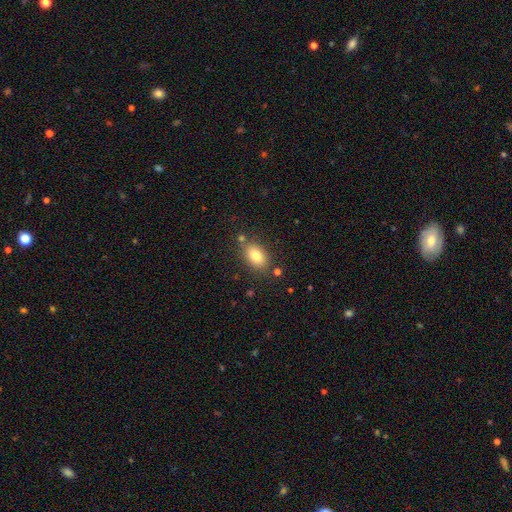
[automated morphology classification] A smooth galaxy with no disk features (80%) that is in between round and cigar-shaped (85%).

Vote fractions:
- Smooth or featured? smooth: 80% / featured or disk: 11% / star or artifact: 9%
- How rounded? in between: 85% / round: 13% / cigar-shaped: 2%
- Merging? none: 77% / minor disturbance: 13% / merger: 7% / major disturbance: 3%